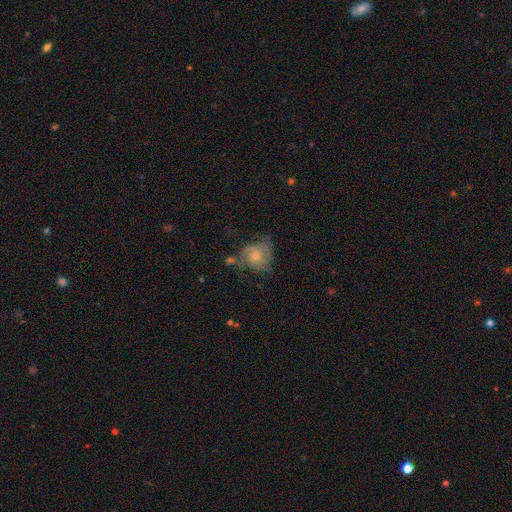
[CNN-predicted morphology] Smooth or featured: featured or disk — 56% (smooth — 36%)
Edge-on disk: no — 97% (yes — 3%)
Bar: no — 80% (weak — 17%)
Spiral arms: yes — 79% (no — 21%)
Bulge size: small — 57% (moderate — 35%)
Merging: none — 41% (minor disturbance — 30%)